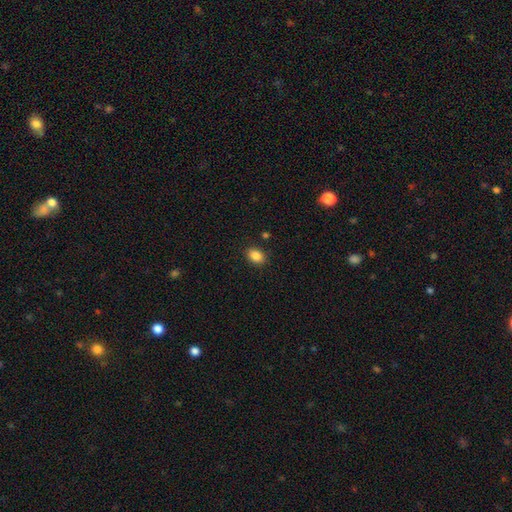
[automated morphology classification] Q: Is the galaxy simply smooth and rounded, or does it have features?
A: smooth — 86%.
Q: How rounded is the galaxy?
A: in between — 74%.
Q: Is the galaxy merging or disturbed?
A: none — 88%.